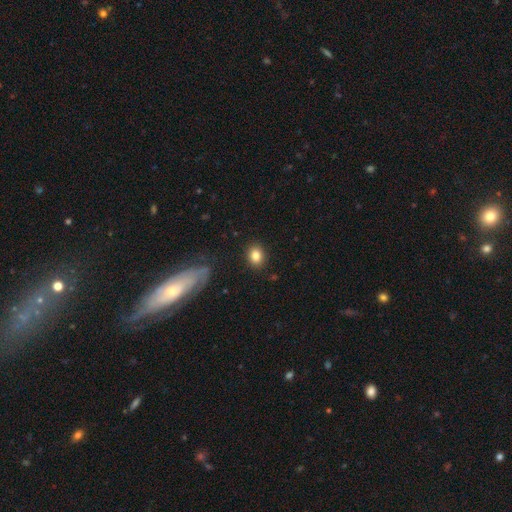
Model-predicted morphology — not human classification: smooth_or_featured: smooth (p=0.84) [alt: star or artifact p=0.09]
how_rounded: round (p=0.50) [alt: in between p=0.49]
merging: none (p=0.88) [alt: minor disturbance p=0.08]